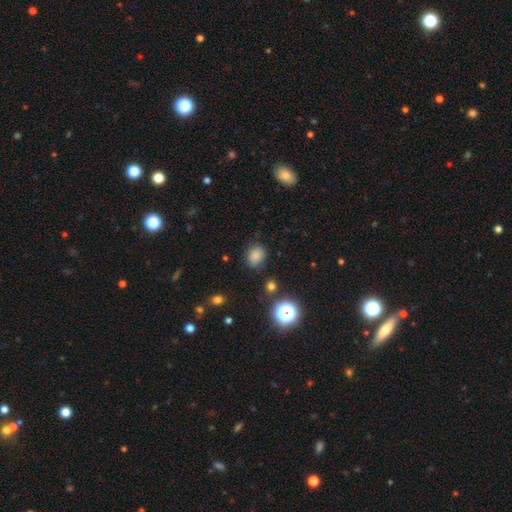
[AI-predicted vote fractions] smooth-or-featured: smooth: 79% | star or artifact: 15% | featured or disk: 6%
  how-rounded: round: 54% | in between: 45% | cigar-shaped: 1%
  merging: none: 80% | minor disturbance: 14% | major disturbance: 4% | merger: 2%